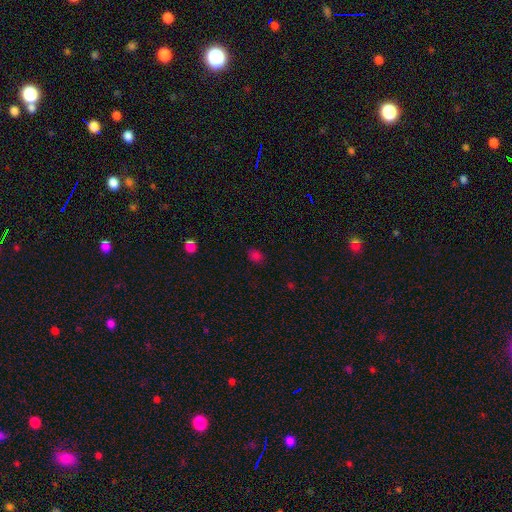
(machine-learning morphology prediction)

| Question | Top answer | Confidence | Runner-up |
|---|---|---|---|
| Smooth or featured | smooth | 74% | star or artifact (21%) |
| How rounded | in between | 60% | round (39%) |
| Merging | none | 81% | minor disturbance (13%) |